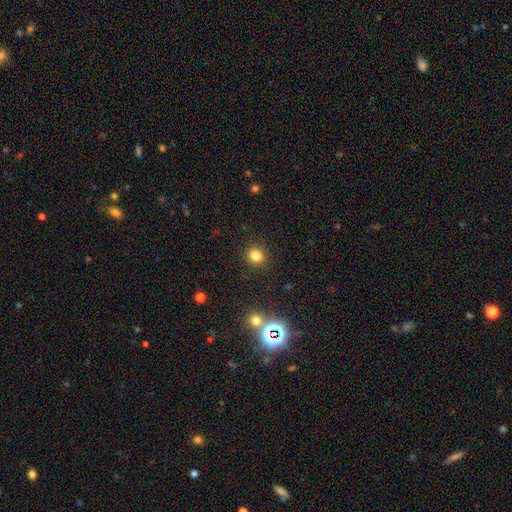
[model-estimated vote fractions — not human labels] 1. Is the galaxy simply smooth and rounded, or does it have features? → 81% smooth, 14% star or artifact, 5% featured or disk.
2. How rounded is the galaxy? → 87% round, 12% in between, 1% cigar-shaped.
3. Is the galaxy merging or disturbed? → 90% none, 6% minor disturbance, 2% major disturbance, 2% merger.